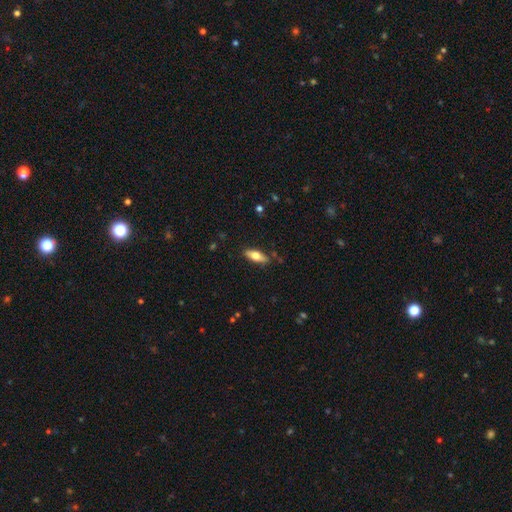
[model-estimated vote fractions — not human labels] smooth_or_featured: smooth (p=0.64) [alt: featured or disk p=0.30]
how_rounded: in between (p=0.66) [alt: cigar-shaped p=0.31]
merging: none (p=0.82) [alt: minor disturbance p=0.13]